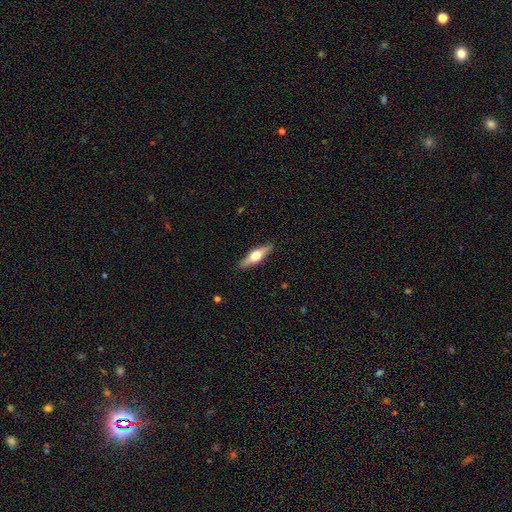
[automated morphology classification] Smooth or featured? featured or disk (53%)
Edge-on disk? yes (93%)
Merging? none (89%)